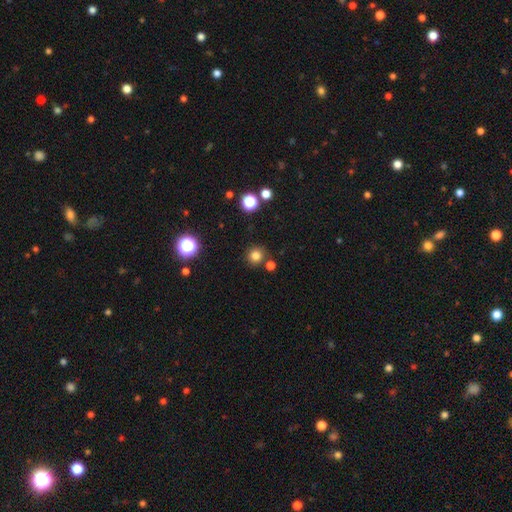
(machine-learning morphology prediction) Overall: smooth (78%). How rounded: round (93%). Merging: none (83%).